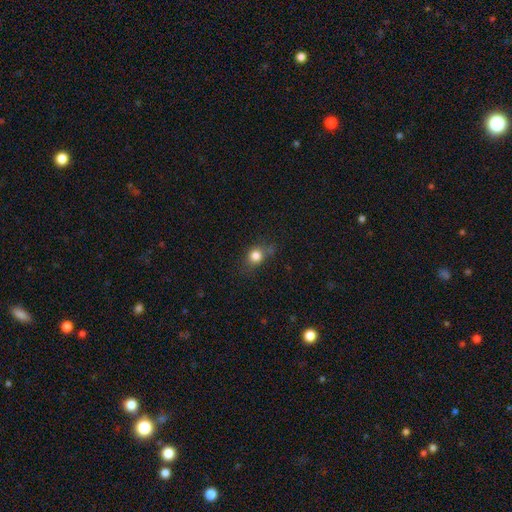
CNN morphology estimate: Q: Smooth or featured?
A: smooth (80%); runner-up: star or artifact (12%)
Q: How rounded?
A: round (68%); runner-up: in between (30%)
Q: Merging?
A: none (66%); runner-up: minor disturbance (23%)